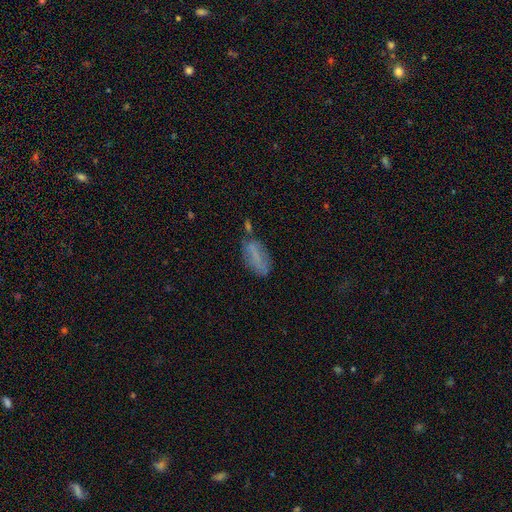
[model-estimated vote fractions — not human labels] Smooth or featured?
  - smooth: 60% *
  - featured or disk: 28%
  - star or artifact: 12%
How rounded?
  - in between: 81% *
  - cigar-shaped: 15%
  - round: 4%
Merging?
  - none: 55% *
  - minor disturbance: 24%
  - merger: 11%
  - major disturbance: 10%